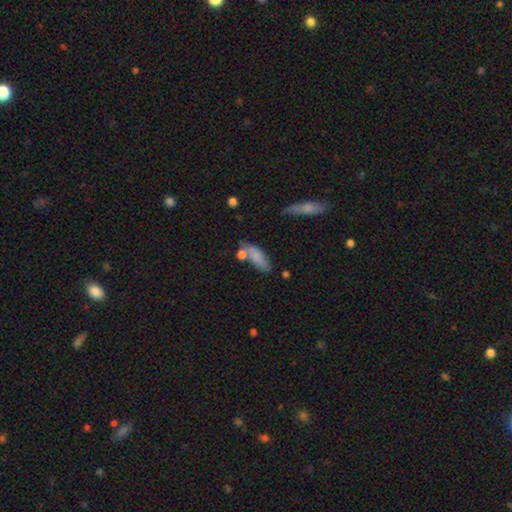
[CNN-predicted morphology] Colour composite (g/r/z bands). It shows a smooth galaxy with no disk features (77%) that is in between round and cigar-shaped (73%). Merging: none (51%).